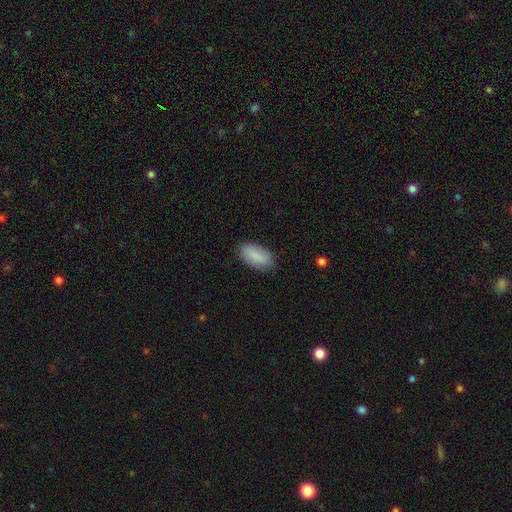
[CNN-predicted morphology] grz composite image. It shows a smooth galaxy with no disk features (89%) that is in between round and cigar-shaped (93%). Merging: none (86%).